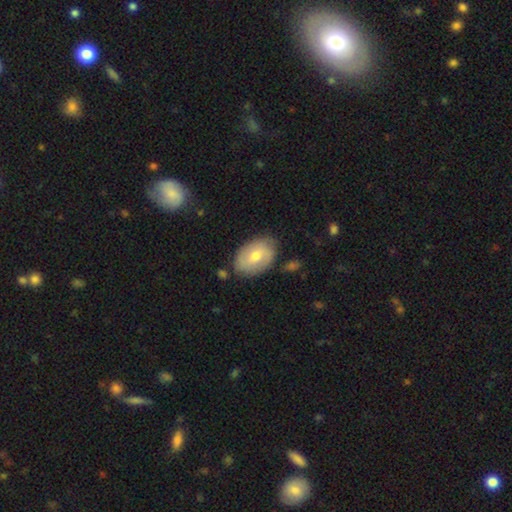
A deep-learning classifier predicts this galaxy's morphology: type=smooth (62%); roundness=in between (85%); merging=none (76%).